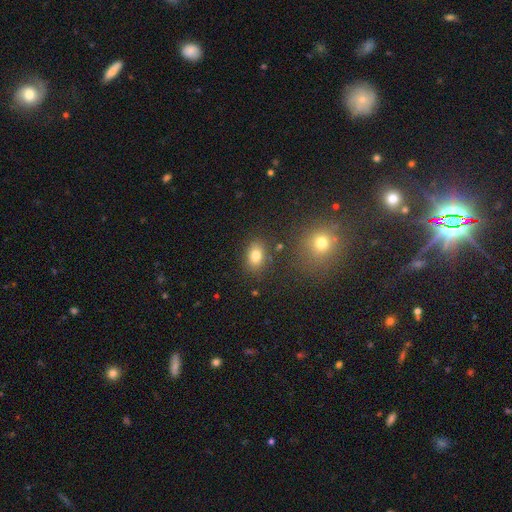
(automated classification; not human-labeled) Smooth or featured?
  - smooth: 79% *
  - star or artifact: 12%
  - featured or disk: 9%
How rounded?
  - in between: 76% *
  - round: 23%
  - cigar-shaped: 1%
Merging?
  - none: 80% *
  - minor disturbance: 11%
  - merger: 5%
  - major disturbance: 4%